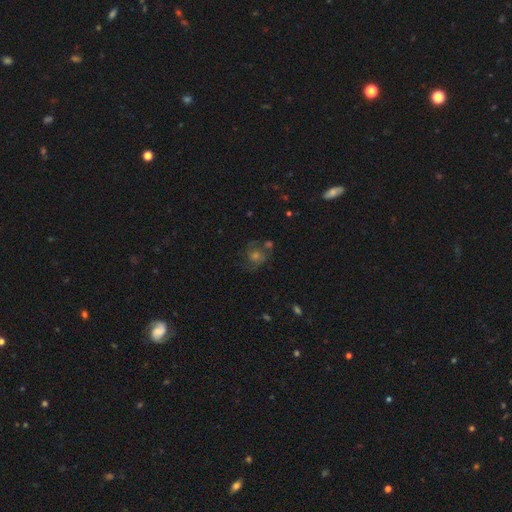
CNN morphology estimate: Smooth or featured? Predicted: featured or disk (p=0.44). Merging? Predicted: none (p=0.67).